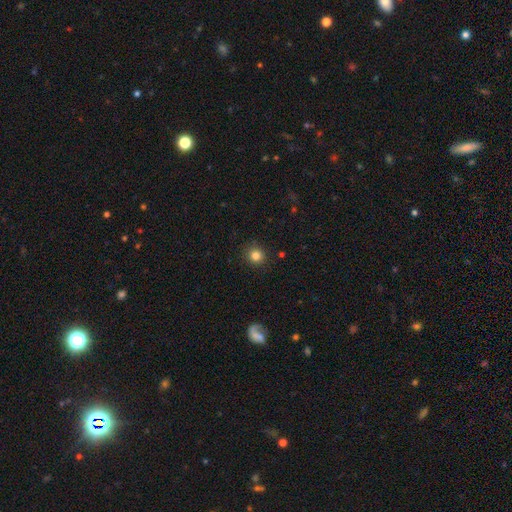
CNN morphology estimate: Smooth or featured: smooth — 82% (star or artifact — 13%)
How rounded: round — 94% (in between — 6%)
Merging: none — 91% (minor disturbance — 6%)